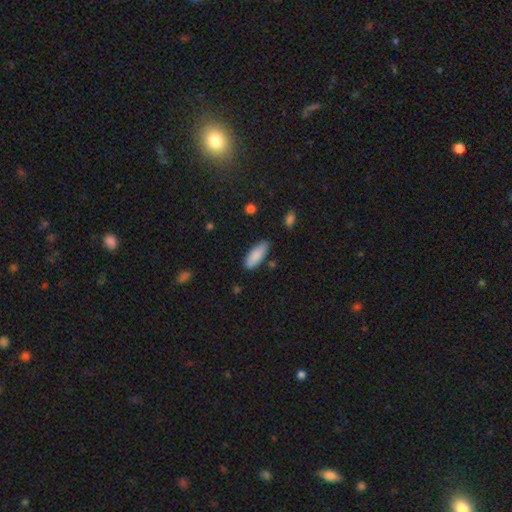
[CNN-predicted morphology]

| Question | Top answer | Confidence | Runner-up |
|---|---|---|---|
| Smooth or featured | smooth | 88% | featured or disk (6%) |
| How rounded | in between | 71% | cigar-shaped (28%) |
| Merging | none | 80% | minor disturbance (14%) |